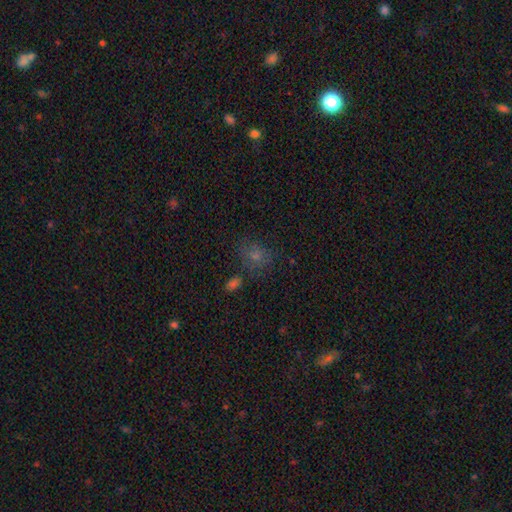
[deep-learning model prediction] smooth 66%, star or artifact 21%, featured or disk 13%. Down the decision tree: how rounded — round (53%); merging — none (60%).